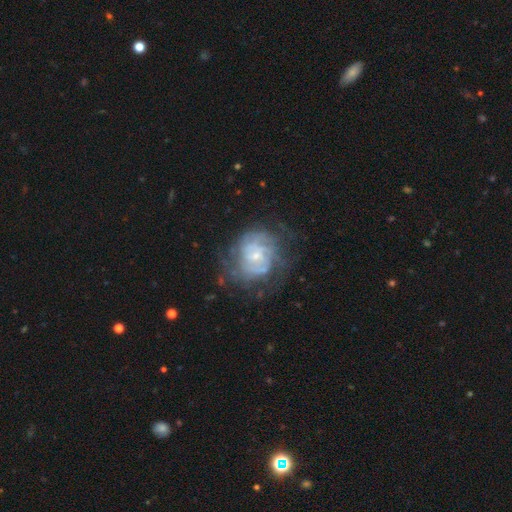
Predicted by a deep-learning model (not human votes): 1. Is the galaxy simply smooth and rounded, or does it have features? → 77% featured or disk, 15% smooth, 7% star or artifact.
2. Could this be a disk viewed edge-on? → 98% no, 2% yes.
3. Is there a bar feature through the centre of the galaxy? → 58% no, 36% weak, 6% strong.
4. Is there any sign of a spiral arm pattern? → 84% yes, 16% no.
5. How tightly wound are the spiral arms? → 59% tight, 31% medium, 10% loose.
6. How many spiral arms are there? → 49% can't tell, 21% 2, 11% 3, 9% 4, 5% more than 4, 5% 1.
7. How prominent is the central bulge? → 70% small, 23% moderate, 4% none, 2% large, 1% dominant.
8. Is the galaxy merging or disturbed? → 64% none, 20% minor disturbance, 15% major disturbance, 2% merger.